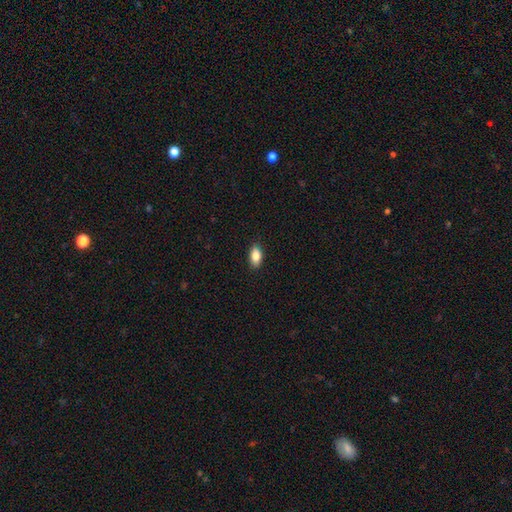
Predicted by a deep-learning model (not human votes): Smooth or featured?
  - smooth: 84% *
  - featured or disk: 9%
  - star or artifact: 7%
How rounded?
  - in between: 90% *
  - cigar-shaped: 6%
  - round: 4%
Merging?
  - none: 89% *
  - minor disturbance: 8%
  - major disturbance: 2%
  - merger: 1%